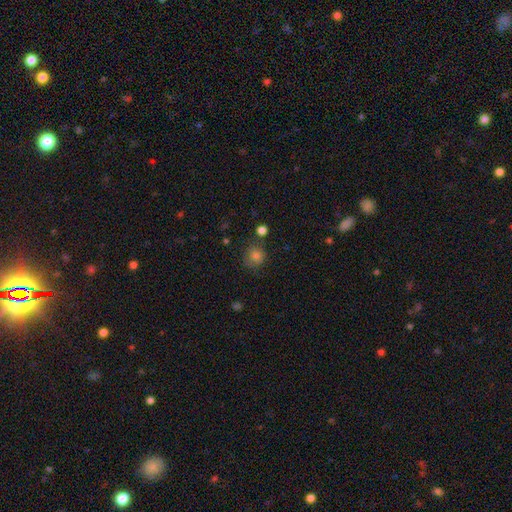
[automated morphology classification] smooth 79%, star or artifact 13%, featured or disk 8%. Down the decision tree: how rounded — round (88%); merging — none (75%).